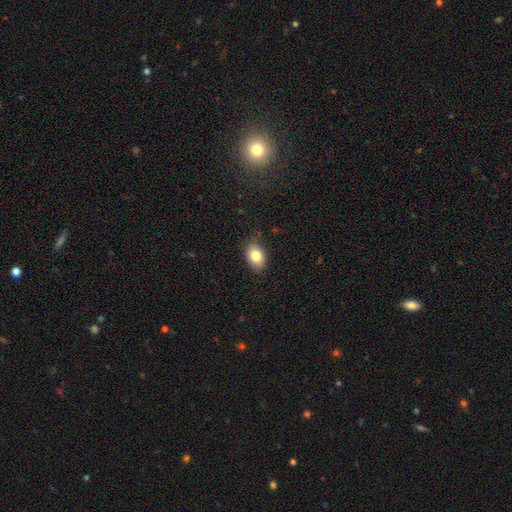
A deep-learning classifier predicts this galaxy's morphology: smooth 83%, featured or disk 9%, star or artifact 8%. Down the decision tree: how rounded — in between (83%); merging — none (83%).